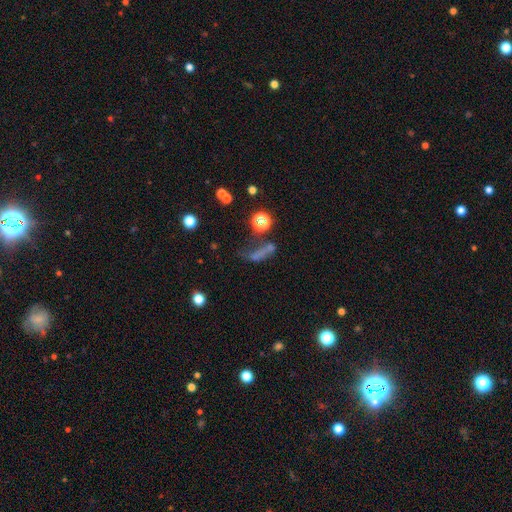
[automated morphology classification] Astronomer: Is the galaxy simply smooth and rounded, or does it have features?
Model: smooth — 46% (runner-up: star or artifact, 29%).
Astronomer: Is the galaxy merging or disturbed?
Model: none — 36% (runner-up: major disturbance, 31%).